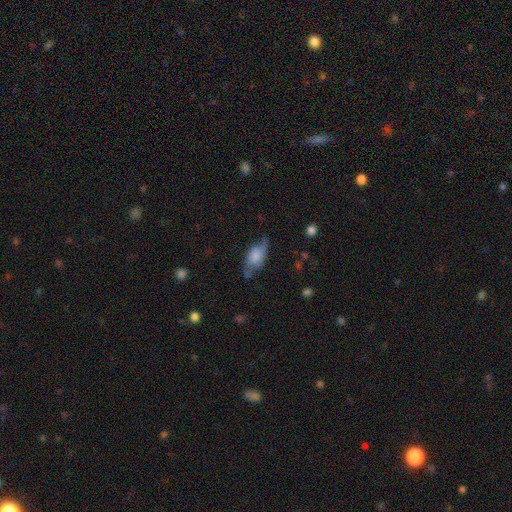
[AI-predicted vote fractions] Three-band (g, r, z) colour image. It shows a smooth galaxy with no disk features (52%) that is in between round and cigar-shaped (88%). Merging: none (47%).